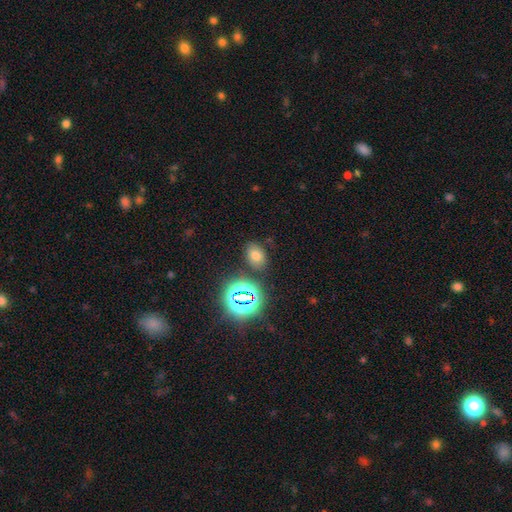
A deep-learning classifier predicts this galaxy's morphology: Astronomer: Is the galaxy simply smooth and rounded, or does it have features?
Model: smooth — 66%.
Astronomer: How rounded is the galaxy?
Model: in between — 74%.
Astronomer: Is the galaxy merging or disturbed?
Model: none — 80%.